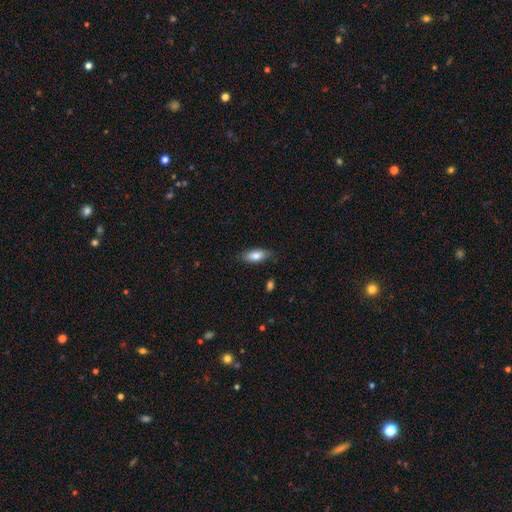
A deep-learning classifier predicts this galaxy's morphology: This is clearly a smooth galaxy (82%). How rounded: clearly in between (82%). Merging: clearly none (81%).